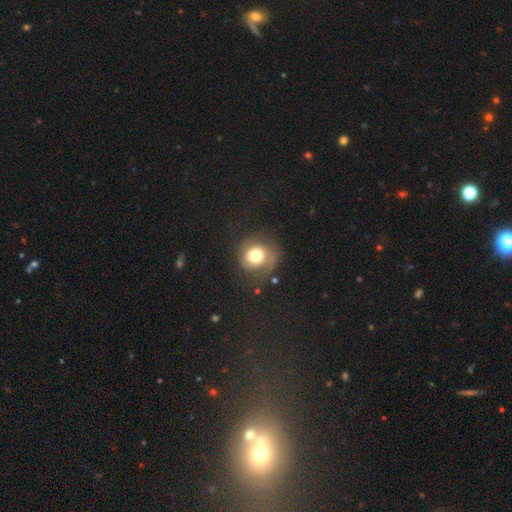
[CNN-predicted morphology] This appears to be a smooth galaxy with no disk features (65%) that is round (85%). Merging: none (62%).